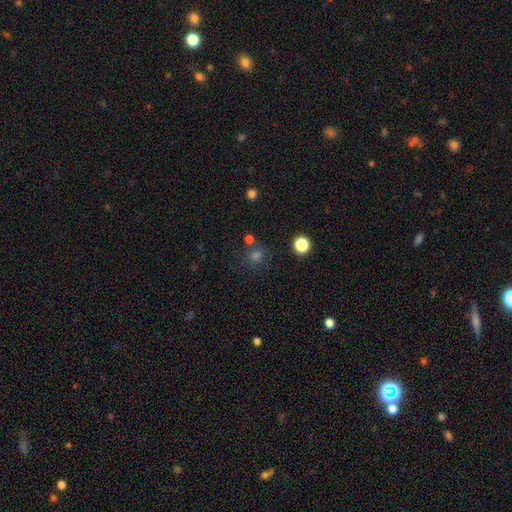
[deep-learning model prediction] A smooth galaxy with no disk features (63%) that is round (81%).

Vote fractions:
- Smooth or featured? smooth: 63% / star or artifact: 29% / featured or disk: 8%
- How rounded? round: 81% / in between: 17% / cigar-shaped: 1%
- Merging? none: 76% / minor disturbance: 10% / merger: 10% / major disturbance: 4%